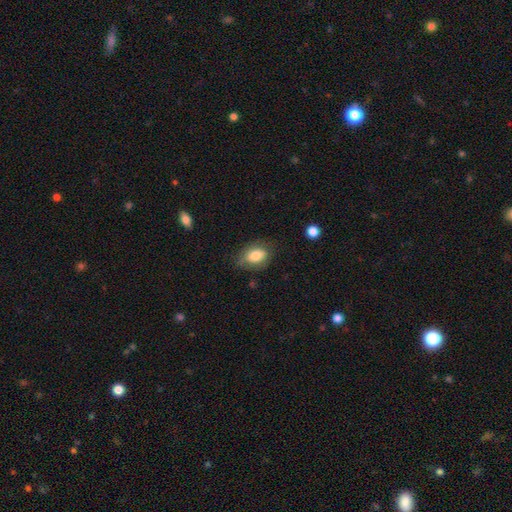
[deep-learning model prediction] Overall: smooth (79%). How rounded: in between (83%). Merging: none (67%).